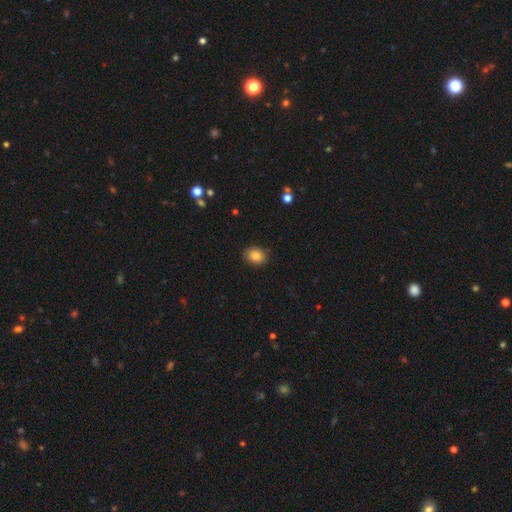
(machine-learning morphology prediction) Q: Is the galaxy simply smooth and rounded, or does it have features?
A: smooth — 84%.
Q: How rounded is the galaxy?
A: in between — 54%.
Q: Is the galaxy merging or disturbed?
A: none — 88%.